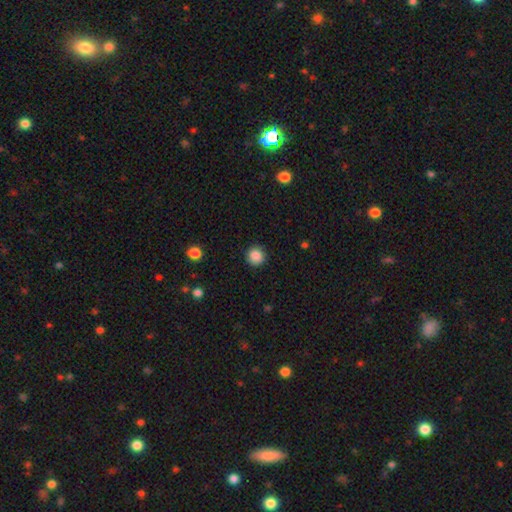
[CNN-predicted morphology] A smooth galaxy with no disk features (87%) that is round (93%). Merging: none (90%).